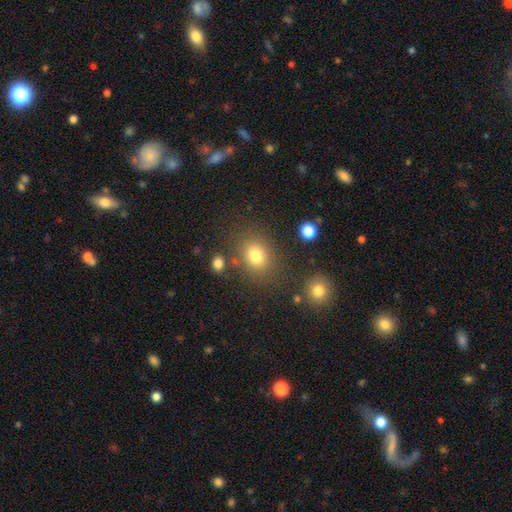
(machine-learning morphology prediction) type=smooth (78%); roundness=round (56%); merging=none (76%).